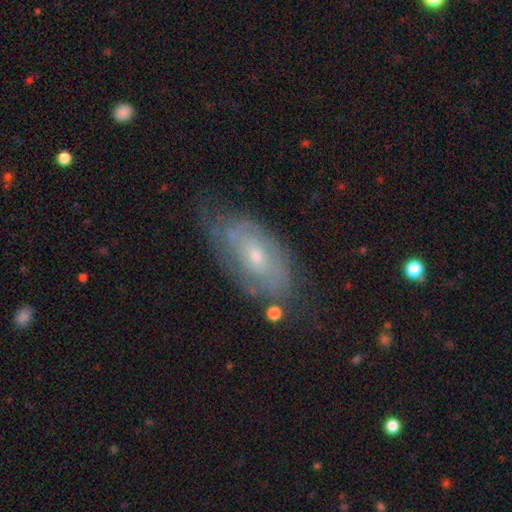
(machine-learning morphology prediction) Overall: featured or disk (69%). Edge-on disk: no (91%). Bar: no (68%). Spiral arms: yes (80%). Bulge size: small (61%; moderate 36%). Merging: none (61%; minor disturbance 26%).